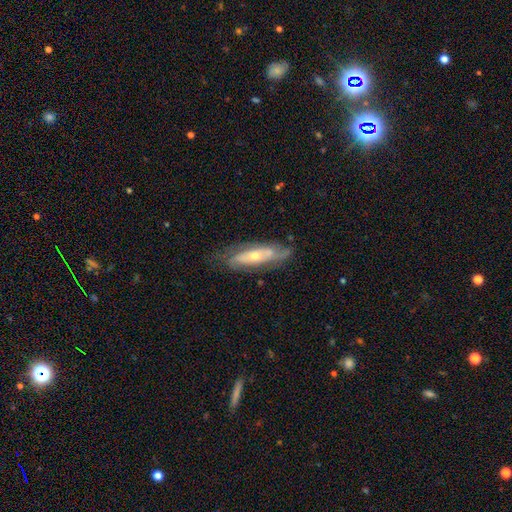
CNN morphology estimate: Smooth or featured: featured or disk — 71% (smooth — 22%)
Edge-on disk: no — 71% (yes — 29%)
Bar: no — 67% (weak — 23%)
Spiral arms: yes — 79% (no — 21%)
Bulge size: moderate — 48% (tied with small — 48%)
Merging: none — 70% (minor disturbance — 20%)